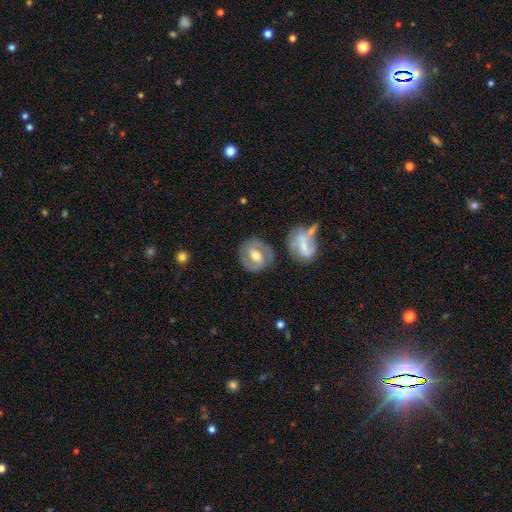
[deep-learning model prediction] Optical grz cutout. It shows a featured or disk galaxy (60%) with a weak bar (44%), spiral arms (66%) and a moderate central bulge (74%). Merging: none (80%).